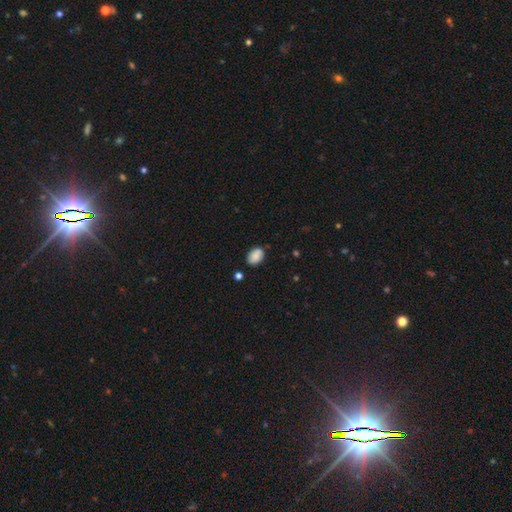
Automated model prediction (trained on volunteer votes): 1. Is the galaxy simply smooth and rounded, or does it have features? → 84% smooth, 8% star or artifact, 8% featured or disk.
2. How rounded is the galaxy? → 83% in between, 15% round, 1% cigar-shaped.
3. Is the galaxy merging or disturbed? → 76% none, 17% minor disturbance, 3% merger, 3% major disturbance.